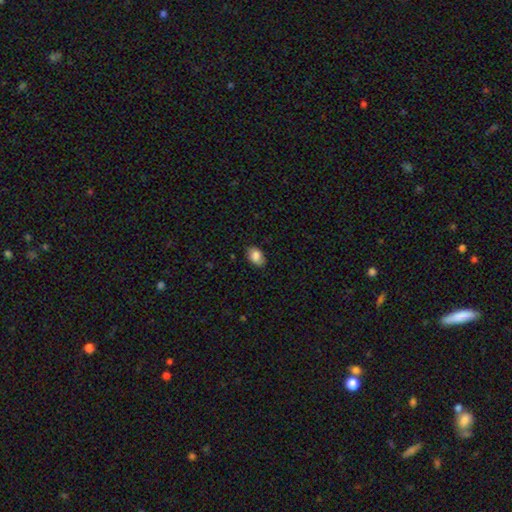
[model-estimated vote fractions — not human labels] smooth-or-featured: smooth: 82% | featured or disk: 10% | star or artifact: 8%
  how-rounded: in between: 86% | round: 13% | cigar-shaped: 1%
  merging: none: 79% | minor disturbance: 17% | major disturbance: 3% | merger: 1%